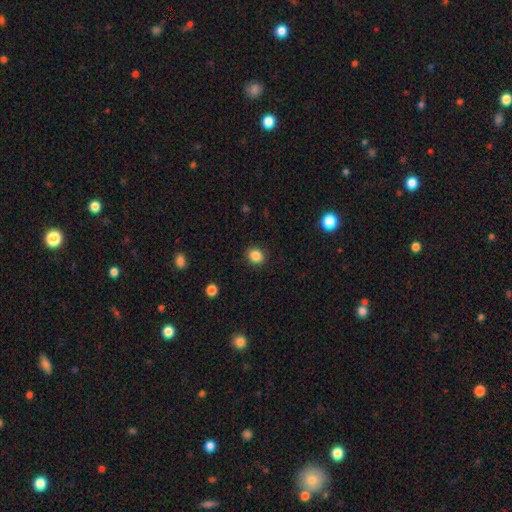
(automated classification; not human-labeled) smooth 86%, star or artifact 10%, featured or disk 3%. Down the decision tree: how rounded — round (71%); merging — none (90%).